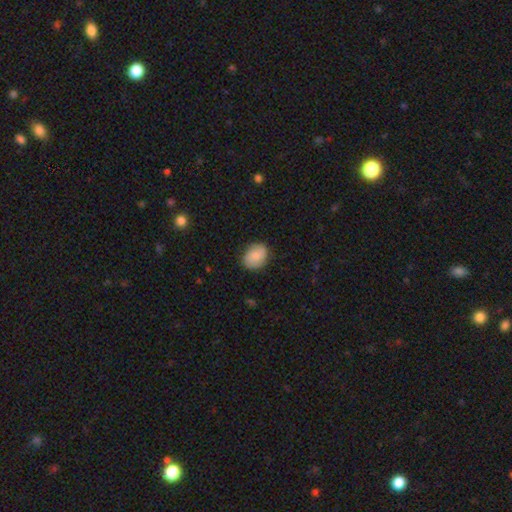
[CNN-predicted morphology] smooth-or-featured: smooth: 69% | featured or disk: 24% | star or artifact: 7%
  how-rounded: in between: 53% | round: 46% | cigar-shaped: 1%
  merging: none: 80% | minor disturbance: 15% | major disturbance: 3% | merger: 1%